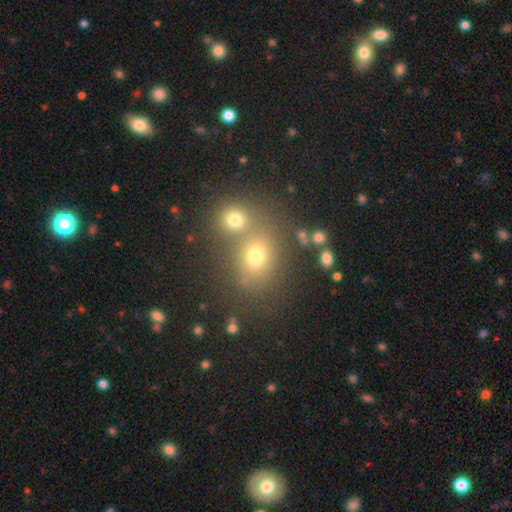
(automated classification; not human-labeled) A smooth galaxy with no disk features (63%) that is round (61%).

Vote fractions:
- Smooth or featured? smooth: 63% / star or artifact: 23% / featured or disk: 13%
- How rounded? round: 61% / in between: 37% / cigar-shaped: 1%
- Merging? none: 49% / merger: 40% / minor disturbance: 8% / major disturbance: 4%